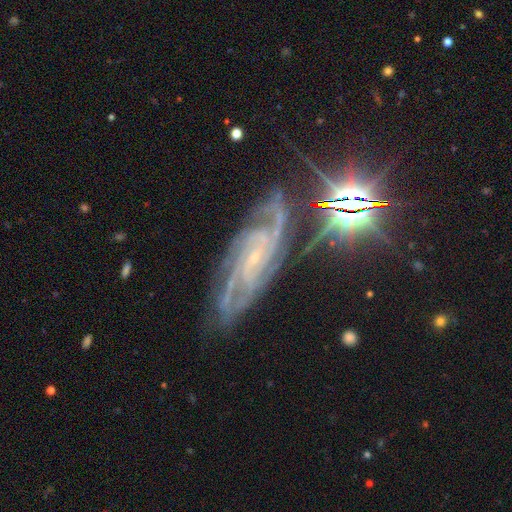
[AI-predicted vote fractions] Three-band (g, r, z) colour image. It shows a featured or disk galaxy (83%) with no bar (57%), can't tell (22%, tied with 3) tight (59%) spiral arms (98%) and a small central bulge (84%). Merging: none (73%).